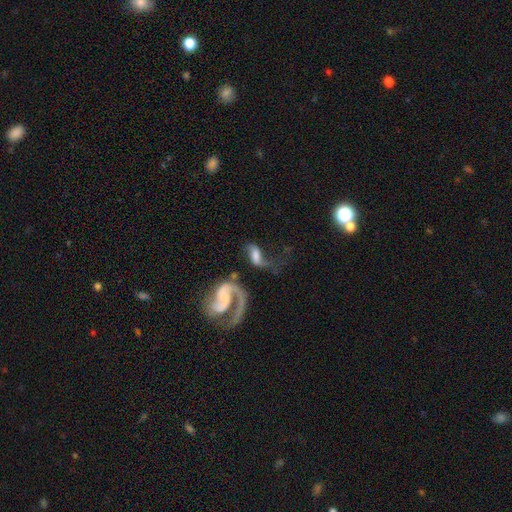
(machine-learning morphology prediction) smooth-or-featured: featured or disk: 62% | smooth: 29% | star or artifact: 9%
  disk-edge-on: no: 94% | yes: 6%
    bar: no: 46% | weak: 37% | strong: 17%
    has-spiral-arms: yes: 85% | no: 15%
    bulge-size: small: 30% | moderate: 29% | none: 23% | large: 14% | dominant: 4%
  merging: major disturbance: 29% (tied) | none: 29% (tied) | merger: 28% | minor disturbance: 14%